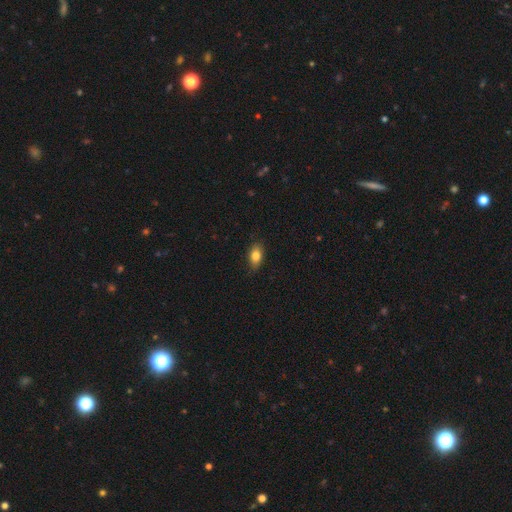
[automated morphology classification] Overall: smooth (83%). How rounded: in between (85%). Merging: none (81%).